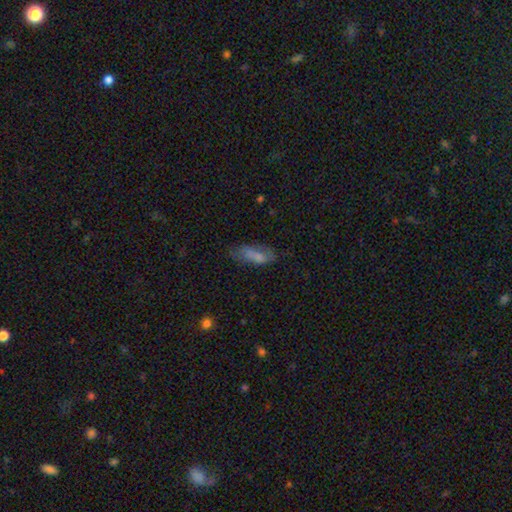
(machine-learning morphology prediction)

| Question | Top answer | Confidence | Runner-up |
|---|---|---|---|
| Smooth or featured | smooth | 71% | featured or disk (20%) |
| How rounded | in between | 69% | cigar-shaped (29%) |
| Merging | none | 53% | minor disturbance (28%) |